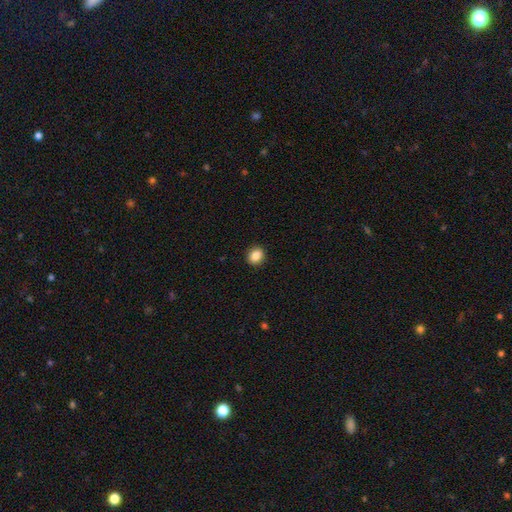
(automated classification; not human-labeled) Morphology: type=smooth (86%); roundness=round (70%); merging=none (91%).